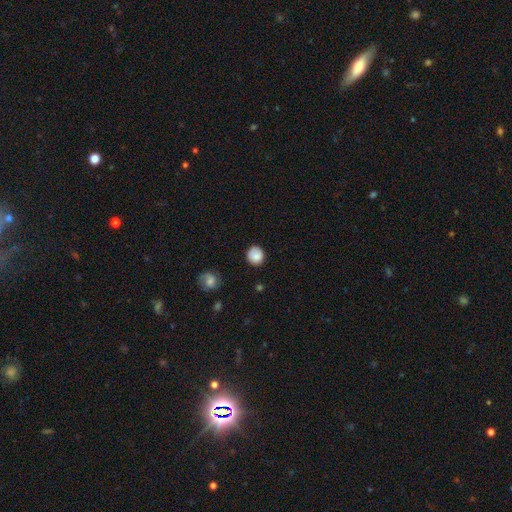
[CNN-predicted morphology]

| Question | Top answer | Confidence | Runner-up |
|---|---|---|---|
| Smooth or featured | smooth | 86% | star or artifact (8%) |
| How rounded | round | 87% | in between (12%) |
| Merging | none | 83% | minor disturbance (12%) |